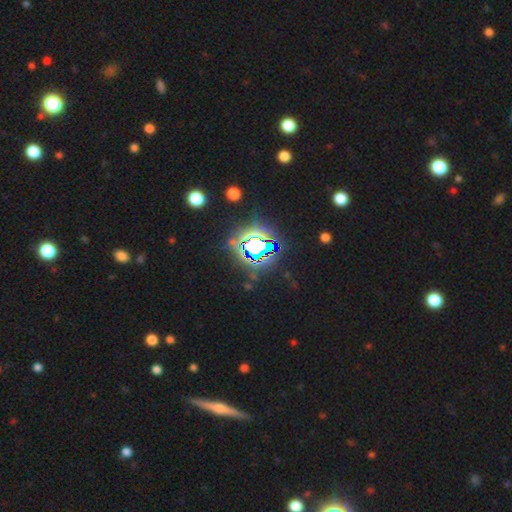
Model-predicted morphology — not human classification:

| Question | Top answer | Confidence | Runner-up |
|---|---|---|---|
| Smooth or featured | star or artifact | 82% | smooth (10%) |